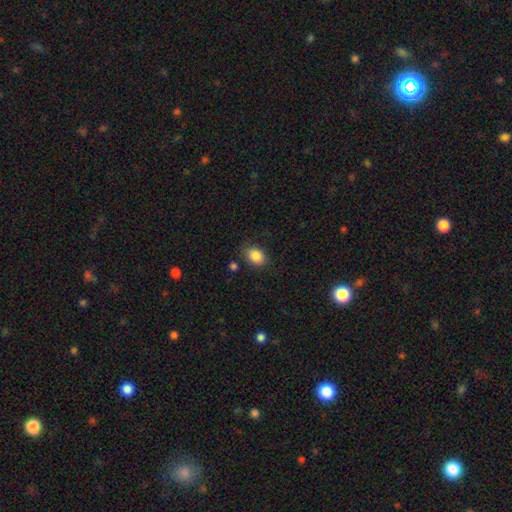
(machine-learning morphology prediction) Q: Smooth or featured?
A: smooth (86%); runner-up: star or artifact (9%)
Q: How rounded?
A: in between (72%); runner-up: round (27%)
Q: Merging?
A: none (77%); runner-up: minor disturbance (16%)